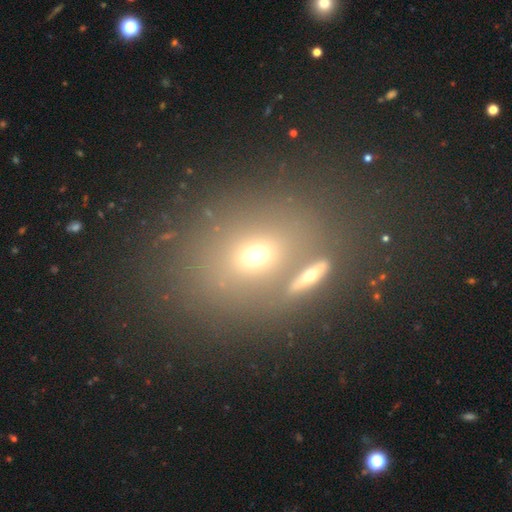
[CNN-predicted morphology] Smooth or featured? Predicted: smooth (p=0.58). How rounded? Predicted: round (p=0.55). Merging? Predicted: none (p=0.60).